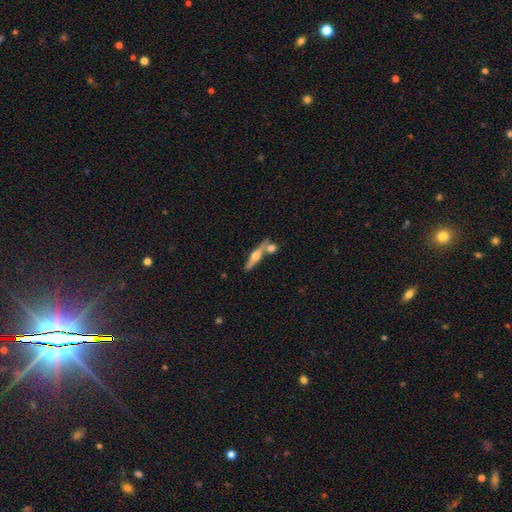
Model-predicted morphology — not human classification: This is likely a featured or disk galaxy (67%). It is clearly viewed edge-on (95%). Edge-on bulge: clearly rounded (95%). Merging: likely none (63%).